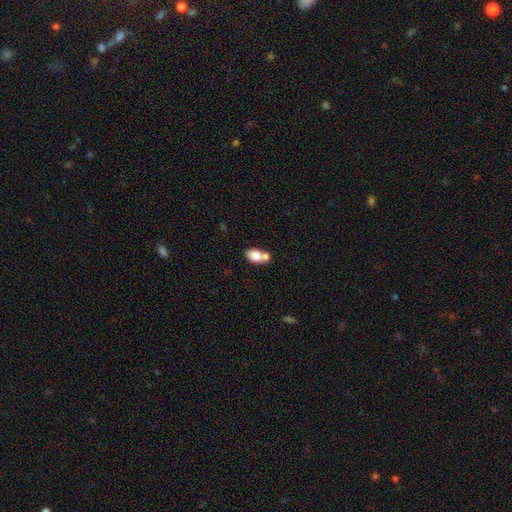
Overall: smooth (86%). How rounded: in between (88%). Merging: merger (63%; none 29%).